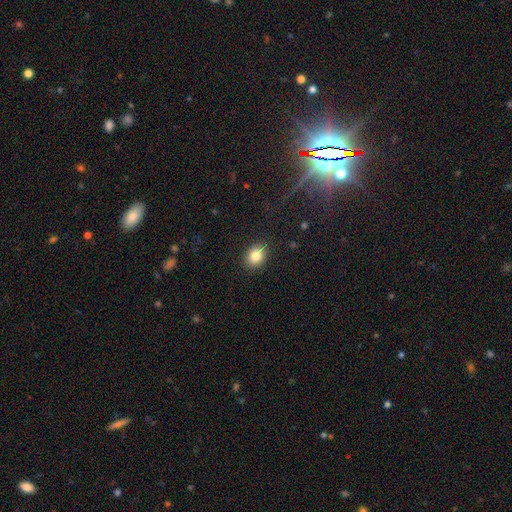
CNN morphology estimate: Overall: smooth (84%). How rounded: in between (56%; round 43%). Merging: none (87%).